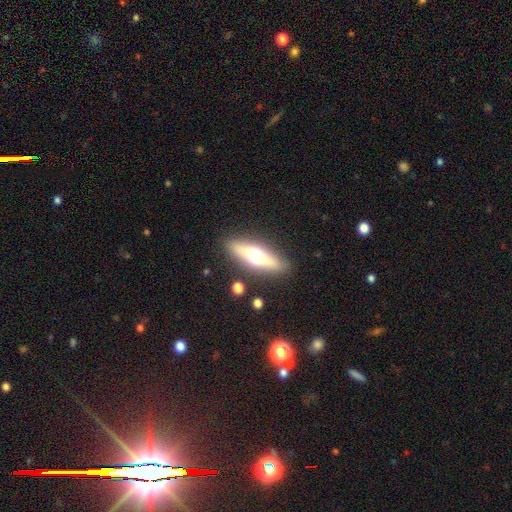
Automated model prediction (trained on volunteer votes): Smooth or featured? Predicted: featured or disk (p=0.49). Merging? Predicted: none (p=0.86).